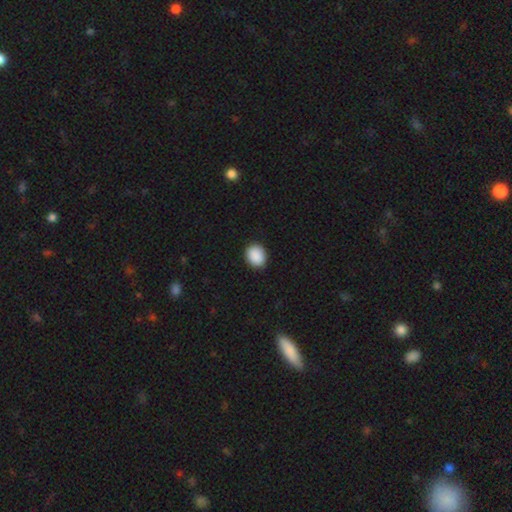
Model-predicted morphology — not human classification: This appears to be a smooth galaxy with no disk features (90%) that is round (54%). Merging: none (90%).